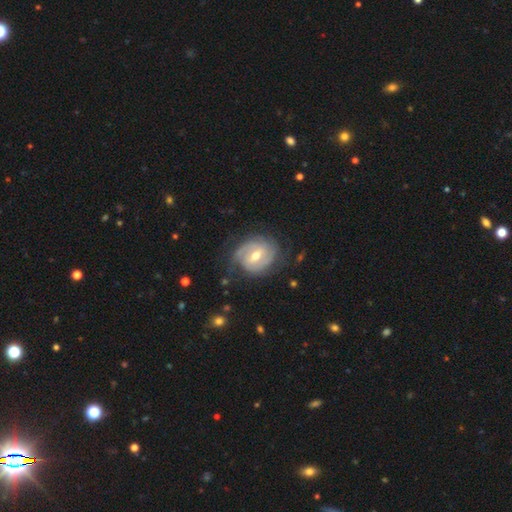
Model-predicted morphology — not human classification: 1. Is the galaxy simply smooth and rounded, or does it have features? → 80% featured or disk, 15% smooth, 5% star or artifact.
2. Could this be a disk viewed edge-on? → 97% no, 3% yes.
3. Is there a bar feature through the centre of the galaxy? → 56% weak, 23% strong, 21% no.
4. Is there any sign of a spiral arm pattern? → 91% yes, 9% no.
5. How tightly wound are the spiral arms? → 58% tight, 31% medium, 11% loose.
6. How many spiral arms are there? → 51% 2, 25% can't tell, 13% 3, 5% 1, 4% 4, 3% more than 4.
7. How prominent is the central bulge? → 66% moderate, 29% small, 3% large, 1% none, 1% dominant.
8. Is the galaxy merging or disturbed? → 69% none, 20% minor disturbance, 9% major disturbance, 1% merger.